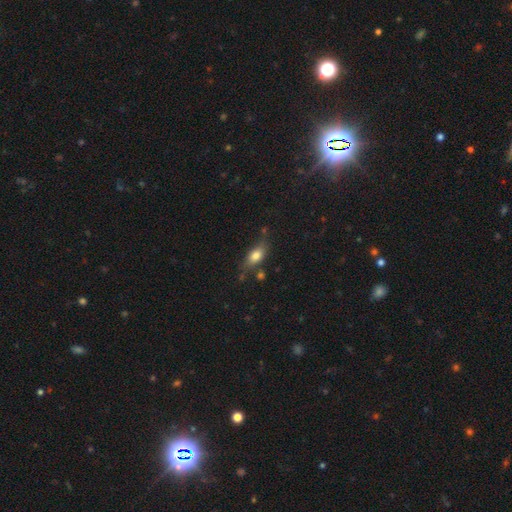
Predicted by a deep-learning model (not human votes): A smooth galaxy with no disk features (76%) that is in between round and cigar-shaped (81%).

Vote fractions:
- Smooth or featured? smooth: 76% / featured or disk: 16% / star or artifact: 9%
- How rounded? in between: 81% / cigar-shaped: 12% / round: 7%
- Merging? none: 63% / minor disturbance: 23% / major disturbance: 8% / merger: 7%